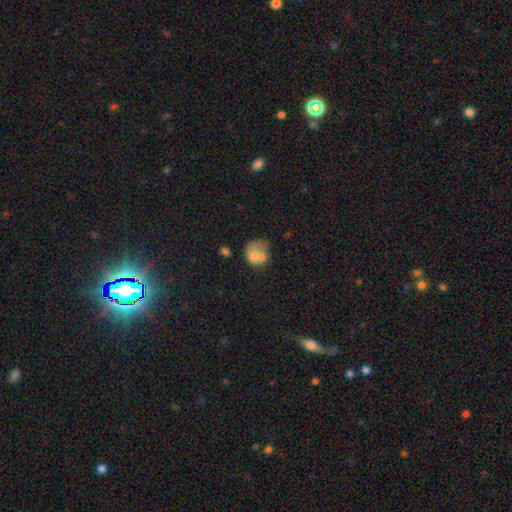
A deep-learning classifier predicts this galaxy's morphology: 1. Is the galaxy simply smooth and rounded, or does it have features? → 66% smooth, 25% featured or disk, 9% star or artifact.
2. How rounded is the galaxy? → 60% round, 39% in between, 1% cigar-shaped.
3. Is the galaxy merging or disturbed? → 50% merger, 21% none, 15% minor disturbance, 14% major disturbance.